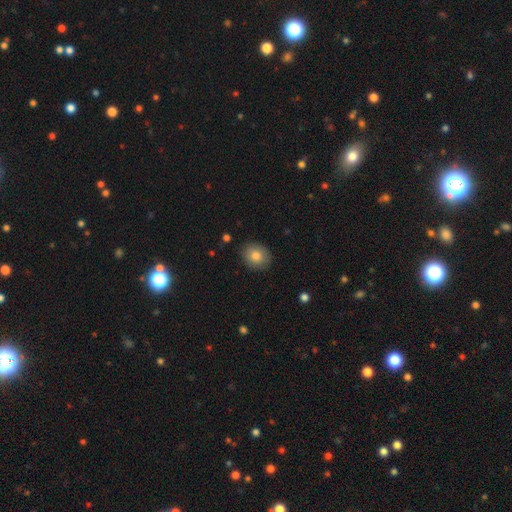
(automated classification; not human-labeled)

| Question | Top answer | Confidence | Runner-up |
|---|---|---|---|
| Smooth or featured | smooth | 82% | featured or disk (10%) |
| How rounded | round | 61% | in between (38%) |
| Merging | none | 86% | minor disturbance (11%) |